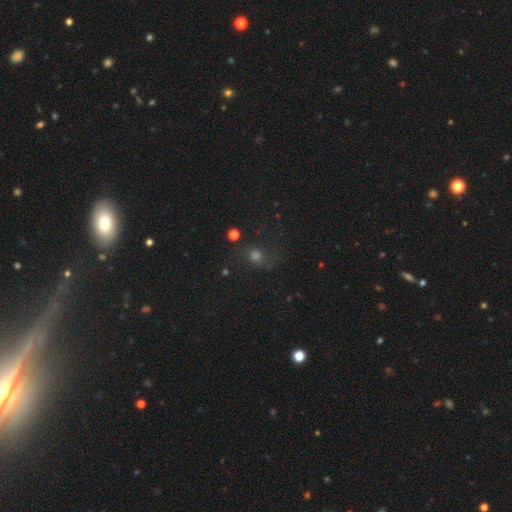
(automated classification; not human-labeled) Smooth or featured? Predicted: smooth (p=0.48). Merging? Predicted: none (p=0.58).